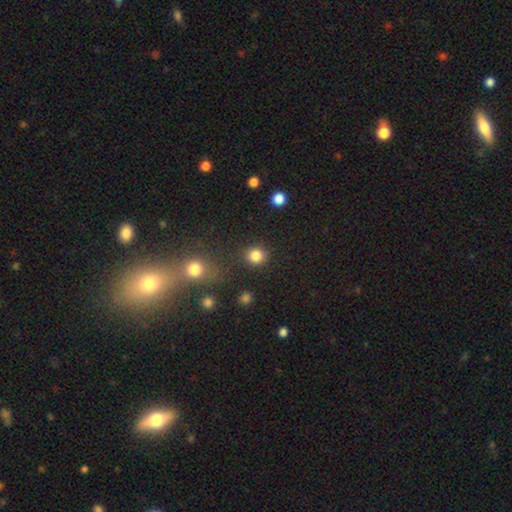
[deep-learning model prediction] A smooth galaxy with no disk features (84%) that is round (88%).

Vote fractions:
- Smooth or featured? smooth: 84% / star or artifact: 12% / featured or disk: 4%
- How rounded? round: 88% / in between: 11% / cigar-shaped: 1%
- Merging? none: 89% / minor disturbance: 6% / major disturbance: 3% / merger: 2%